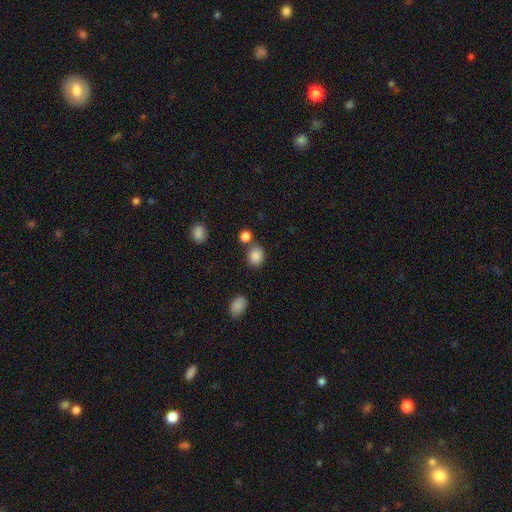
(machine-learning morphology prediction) A smooth galaxy with no disk features (85%) that is round (60%).

Vote fractions:
- Smooth or featured? smooth: 85% / star or artifact: 10% / featured or disk: 5%
- How rounded? round: 60% / in between: 39% / cigar-shaped: 1%
- Merging? none: 69% / merger: 15% / minor disturbance: 12% / major disturbance: 4%